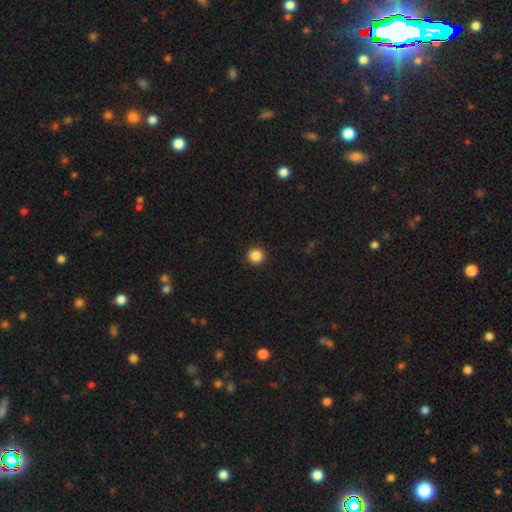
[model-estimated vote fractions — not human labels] Smooth or featured? smooth (87%)
How rounded? round (95%)
Merging? none (93%)